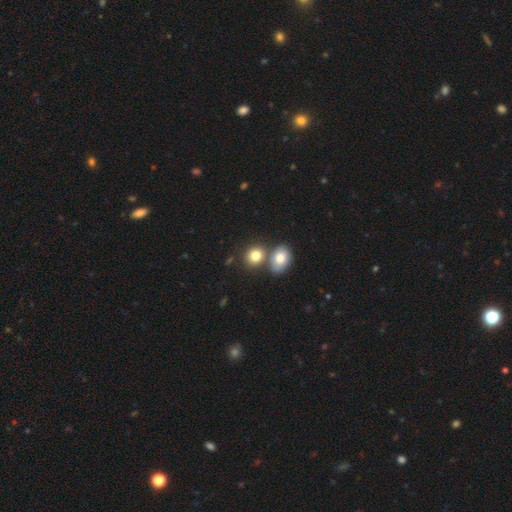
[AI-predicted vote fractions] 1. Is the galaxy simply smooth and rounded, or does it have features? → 81% smooth, 10% featured or disk, 9% star or artifact.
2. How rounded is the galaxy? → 64% round, 35% in between, 1% cigar-shaped.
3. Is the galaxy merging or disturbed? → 52% none, 35% merger, 10% minor disturbance, 3% major disturbance.